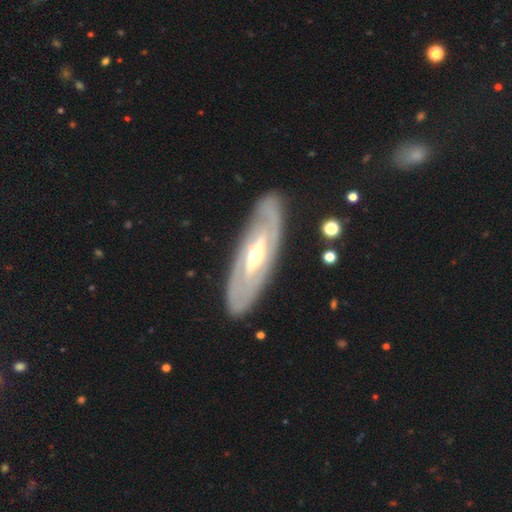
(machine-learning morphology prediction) A featured or disk galaxy (82%) with a weak bar (39%), 2 (52%) tight (63%) spiral arms (75%) and a moderate central bulge (65%). Merging: none (86%).